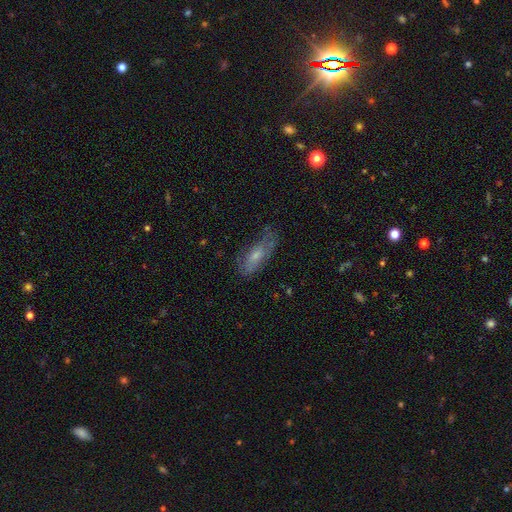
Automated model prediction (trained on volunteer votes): Smooth or featured?
  - smooth: 51% *
  - featured or disk: 40%
  - star or artifact: 9%
How rounded?
  - in between: 67% *
  - cigar-shaped: 30%
  - round: 3%
Merging?
  - none: 53% *
  - minor disturbance: 30%
  - major disturbance: 15%
  - merger: 2%